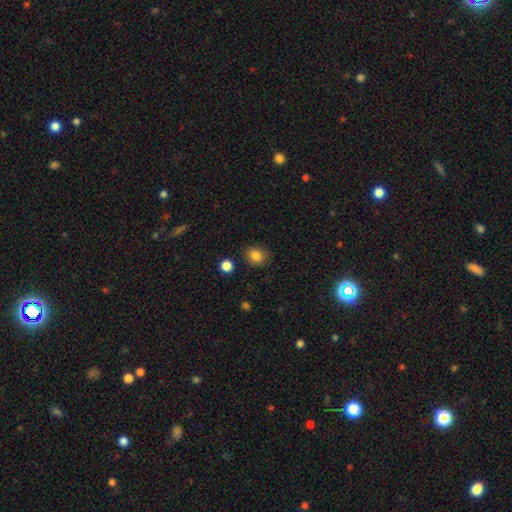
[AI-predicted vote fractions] smooth-or-featured: smooth: 84% | star or artifact: 11% | featured or disk: 5%
  how-rounded: round: 76% | in between: 23% | cigar-shaped: 1%
  merging: none: 85% | minor disturbance: 10% | major disturbance: 3% | merger: 2%